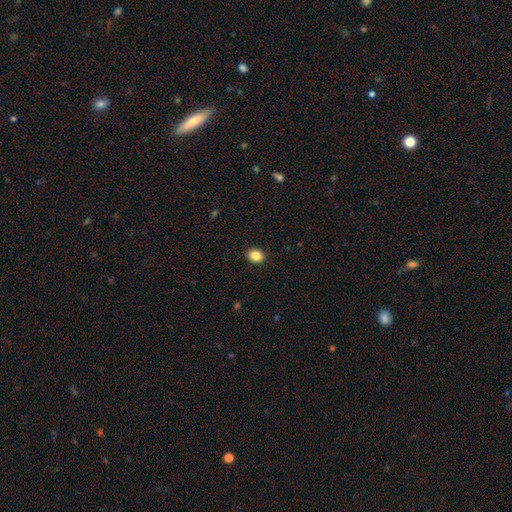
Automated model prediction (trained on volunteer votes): Smooth or featured? smooth (86%)
How rounded? round (54%)
Merging? none (91%)